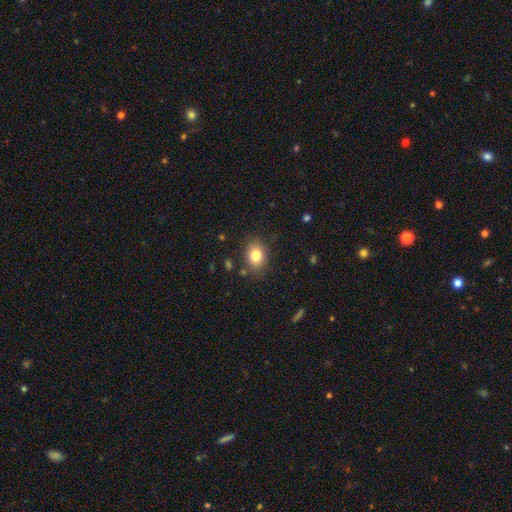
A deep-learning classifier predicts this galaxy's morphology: smooth 82%, star or artifact 10%, featured or disk 9%. Down the decision tree: how rounded — in between (68%); merging — none (83%).